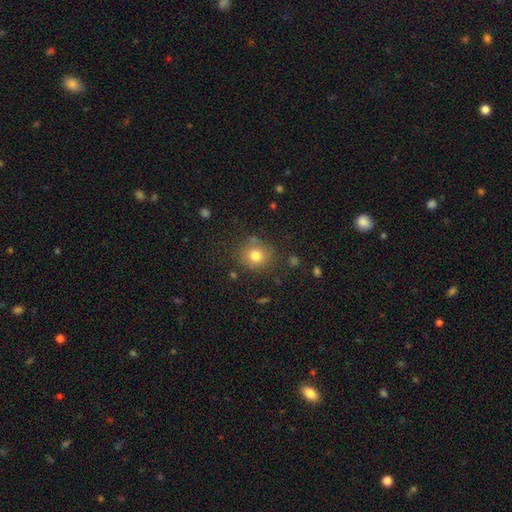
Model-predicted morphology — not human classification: The model was most divided on "smooth or featured": smooth: 77%, star or artifact: 13%, featured or disk: 10%. More confident: how rounded — round (84%); merging — none (80%).